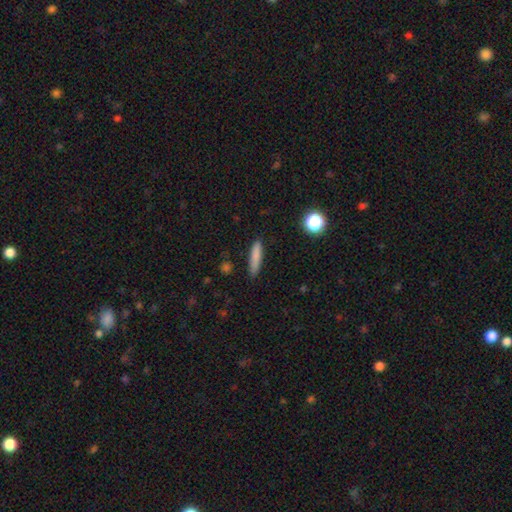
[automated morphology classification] Smooth or featured?
  - smooth: 82% *
  - featured or disk: 10%
  - star or artifact: 9%
How rounded?
  - cigar-shaped: 84% *
  - in between: 14%
  - round: 2%
Merging?
  - none: 86% *
  - minor disturbance: 10%
  - major disturbance: 2%
  - merger: 2%